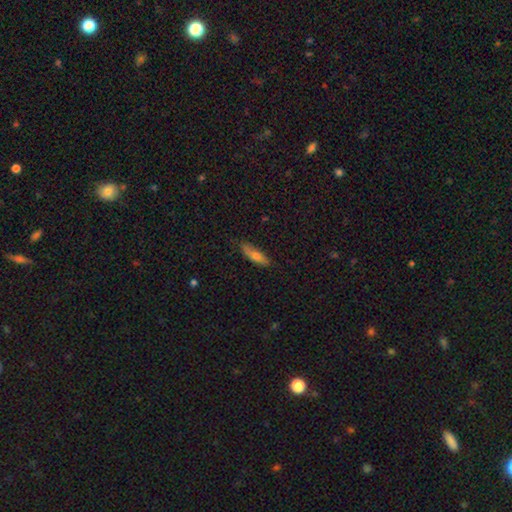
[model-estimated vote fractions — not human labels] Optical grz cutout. It shows a smooth galaxy with no disk features (67%) that is cigar-shaped (60%). Merging: none (76%).